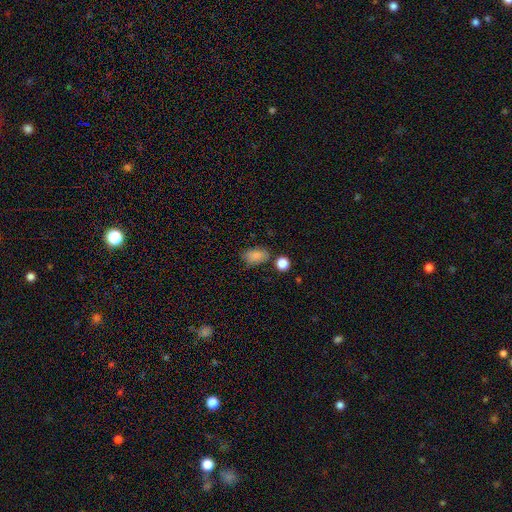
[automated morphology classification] Smooth or featured? Predicted: smooth (p=0.84). How rounded? Predicted: in between (p=0.87). Merging? Predicted: none (p=0.68).